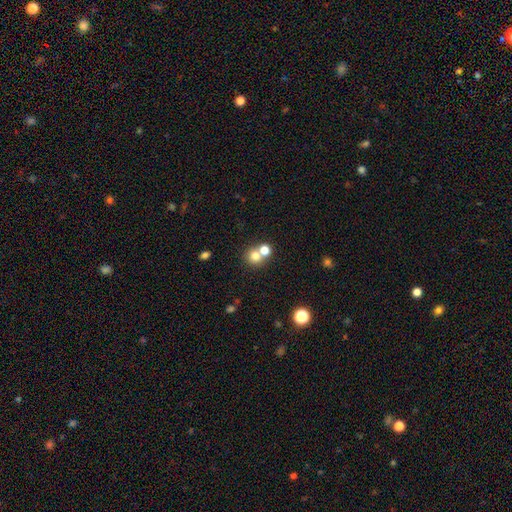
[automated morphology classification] This is likely a smooth galaxy (74%). How rounded: clearly round (87%). Merging: possibly none (50%).